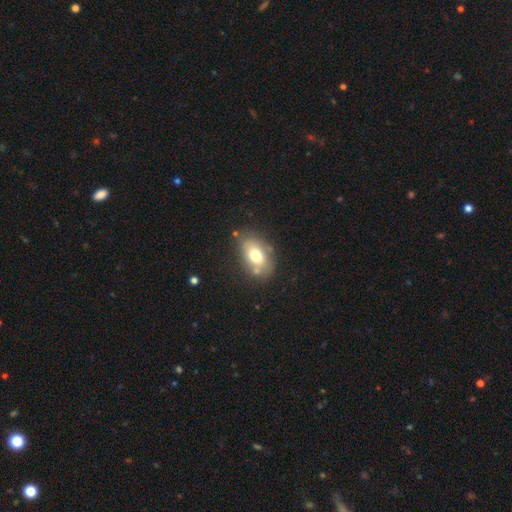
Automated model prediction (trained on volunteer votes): Morphology: type=smooth (72%); roundness=in between (87%); merging=none (72%).